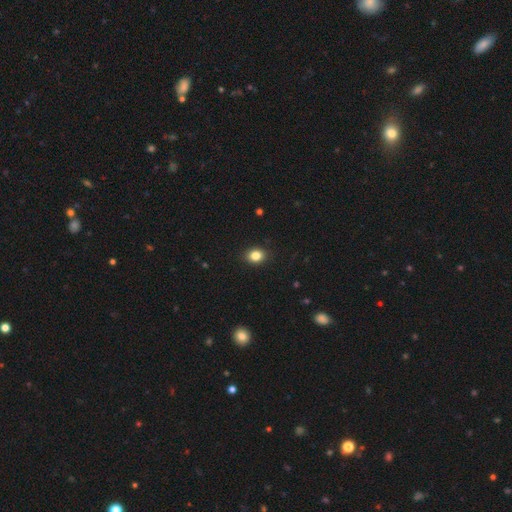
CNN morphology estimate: This is clearly a smooth galaxy (84%). How rounded: possibly in between (51%). Merging: clearly none (90%).